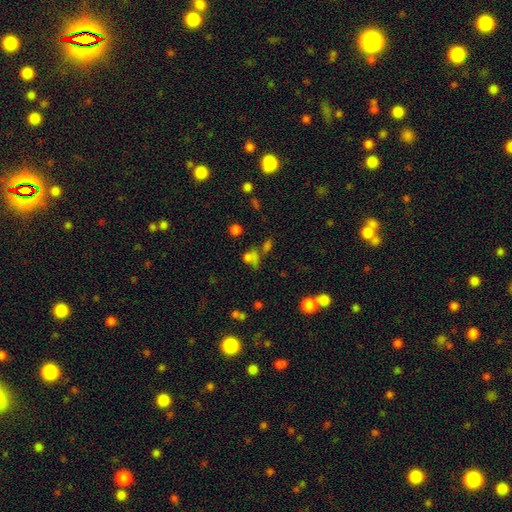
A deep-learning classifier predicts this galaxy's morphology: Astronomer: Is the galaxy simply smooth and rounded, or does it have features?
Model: star or artifact — 54% (runner-up: smooth, 35%).